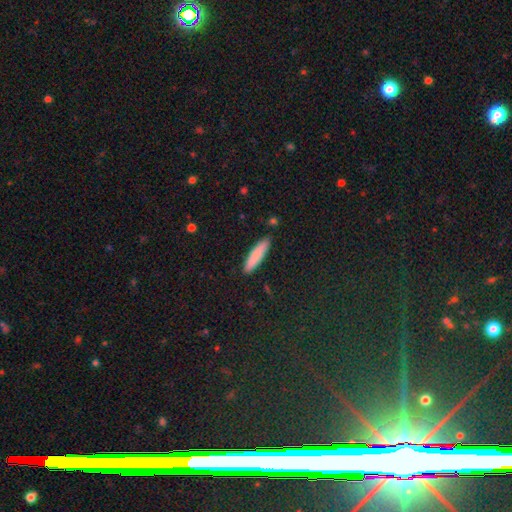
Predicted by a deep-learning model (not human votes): Morphology: type=smooth (84%); roundness=cigar-shaped (78%); merging=none (88%).